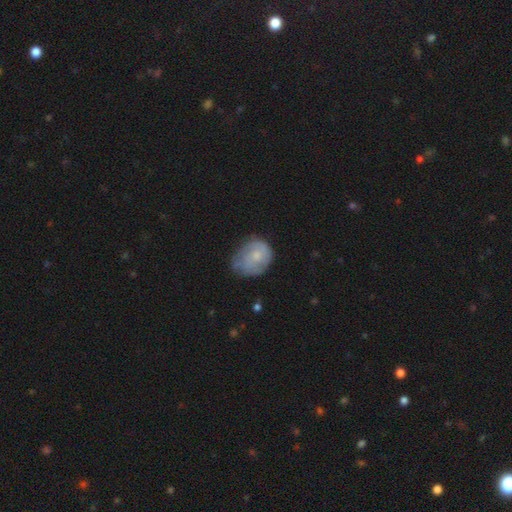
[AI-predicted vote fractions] A smooth galaxy with no disk features (52%) that is round (55%). Merging: none (50%).